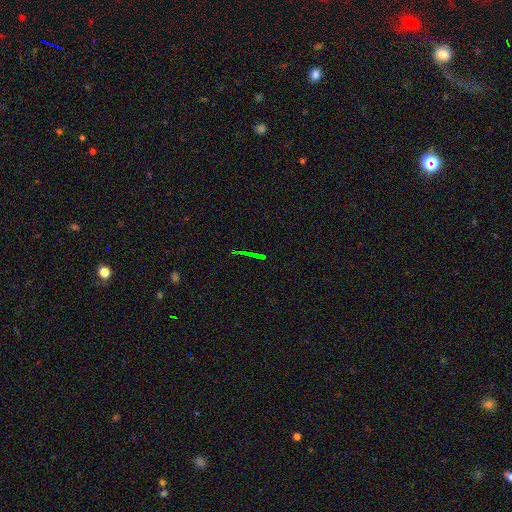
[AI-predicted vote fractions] smooth-or-featured: star or artifact: 68% | featured or disk: 16% | smooth: 16%